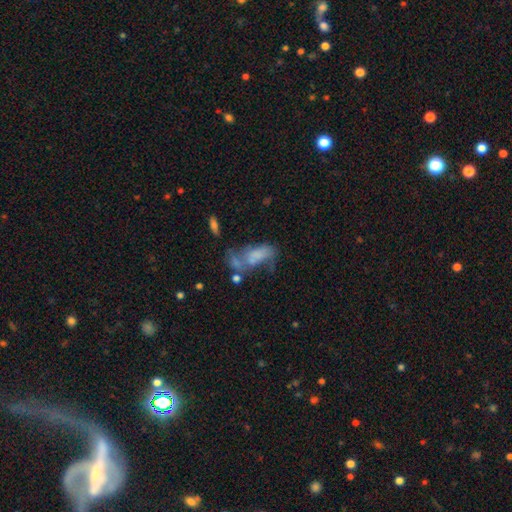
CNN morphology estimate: This appears to be a smooth galaxy with no disk features (54%) that is in between round and cigar-shaped (82%). Merging: major disturbance (30%).